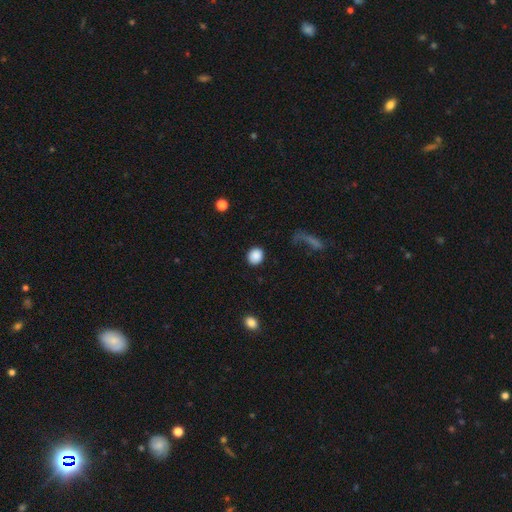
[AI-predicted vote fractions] smooth_or_featured: smooth (p=0.87) [alt: star or artifact p=0.08]
how_rounded: round (p=0.76) [alt: in between p=0.23]
merging: none (p=0.88) [alt: minor disturbance p=0.07]